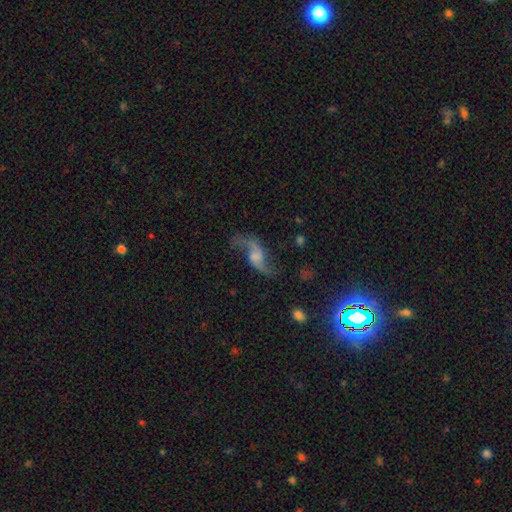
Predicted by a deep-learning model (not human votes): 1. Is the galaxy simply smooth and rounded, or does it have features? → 85% featured or disk, 8% star or artifact, 8% smooth.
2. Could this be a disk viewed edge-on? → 95% no, 5% yes.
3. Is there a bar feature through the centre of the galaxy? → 52% no, 38% weak, 11% strong.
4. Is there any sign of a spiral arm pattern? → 95% yes, 5% no.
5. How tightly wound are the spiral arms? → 90% loose, 8% medium, 2% tight.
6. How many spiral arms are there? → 92% 2, 3% 1, 2% can't tell, 1% 3, 1% 4, 1% more than 4.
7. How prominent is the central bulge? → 33% none, 28% small, 26% moderate, 10% large, 3% dominant.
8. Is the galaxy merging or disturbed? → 71% none, 15% minor disturbance, 11% major disturbance, 3% merger.